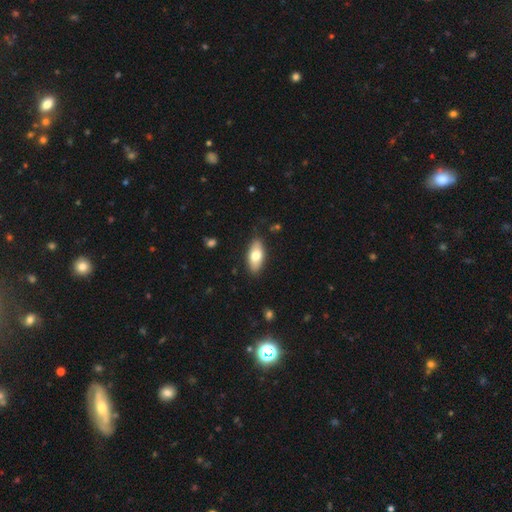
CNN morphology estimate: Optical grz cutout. It shows a smooth galaxy with no disk features (74%) that is in between round and cigar-shaped (87%). Merging: none (86%).